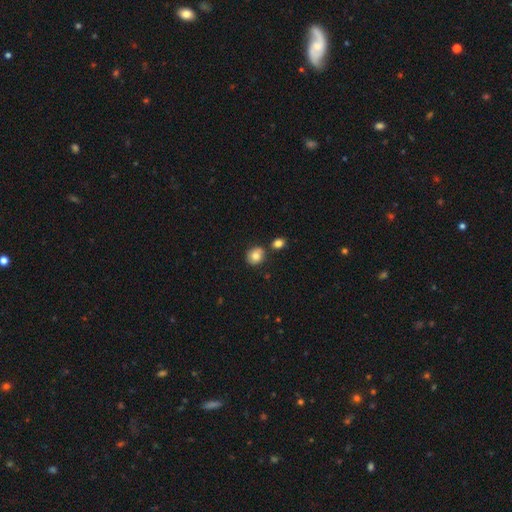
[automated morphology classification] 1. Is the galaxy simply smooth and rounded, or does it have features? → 79% smooth, 12% featured or disk, 10% star or artifact.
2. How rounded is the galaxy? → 73% round, 26% in between, 1% cigar-shaped.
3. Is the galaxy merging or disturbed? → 68% none, 15% merger, 14% minor disturbance, 3% major disturbance.